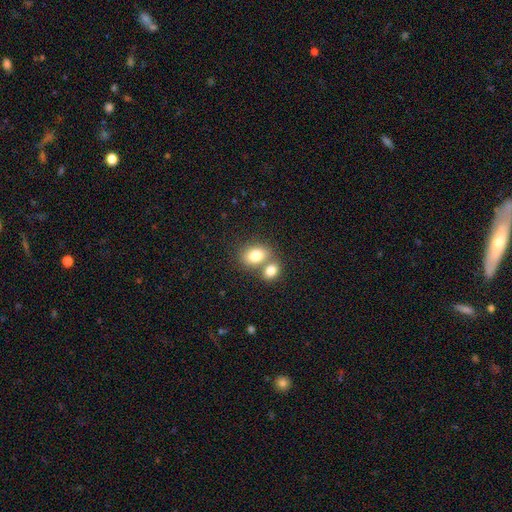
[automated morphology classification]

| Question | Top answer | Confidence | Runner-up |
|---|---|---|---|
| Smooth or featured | smooth | 81% | featured or disk (11%) |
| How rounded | in between | 69% | round (29%) |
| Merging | merger | 51% | none (38%) |